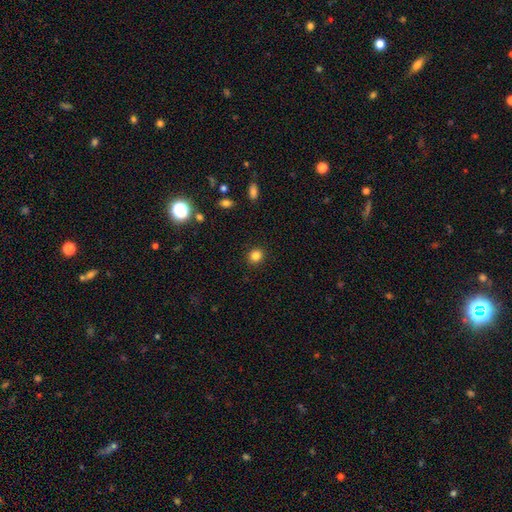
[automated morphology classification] Smooth or featured?
  - smooth: 84% *
  - star or artifact: 12%
  - featured or disk: 5%
How rounded?
  - round: 81% *
  - in between: 18%
  - cigar-shaped: 1%
Merging?
  - none: 91% *
  - minor disturbance: 6%
  - major disturbance: 2%
  - merger: 1%